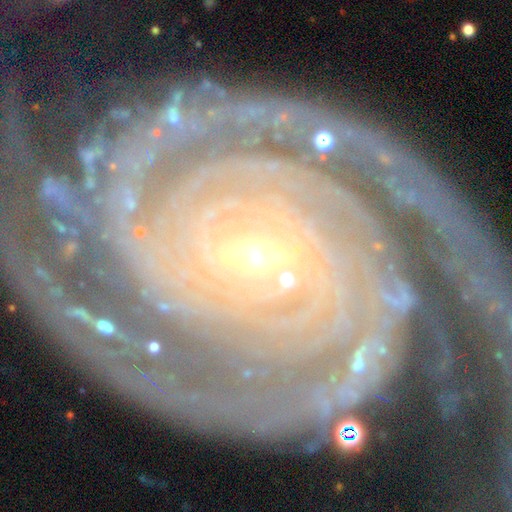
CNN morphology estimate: A featured or disk galaxy (93%) with a weak bar (39%), 2 (46%) tight (78%) spiral arms (98%) and a small central bulge (79%). Merging: none (68%).